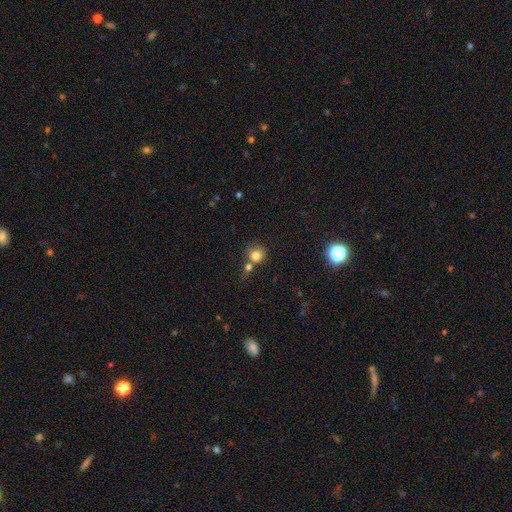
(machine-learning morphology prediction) A smooth galaxy with no disk features (79%) that is round (86%).

Vote fractions:
- Smooth or featured? smooth: 79% / star or artifact: 12% / featured or disk: 9%
- How rounded? round: 86% / in between: 13% / cigar-shaped: 1%
- Merging? none: 51% / merger: 33% / minor disturbance: 11% / major disturbance: 5%